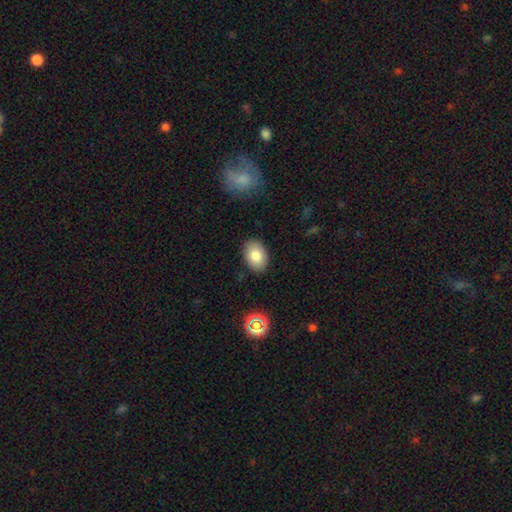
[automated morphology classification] Smooth or featured? smooth (83%)
How rounded? in between (85%)
Merging? none (86%)